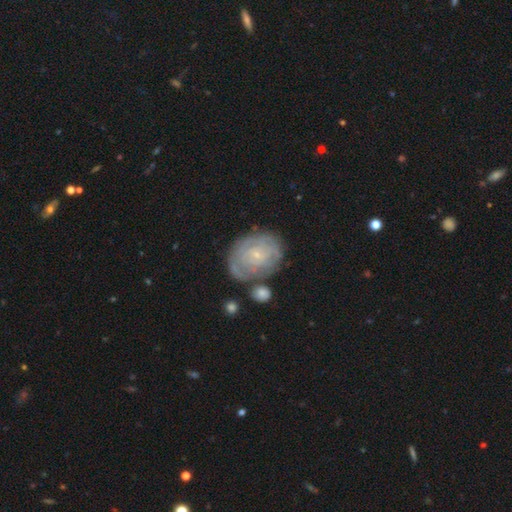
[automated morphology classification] Smooth or featured?
  - featured or disk: 67% *
  - smooth: 25%
  - star or artifact: 7%
Edge-on disk?
  - no: 97% *
  - yes: 3%
Bar?
  - no: 75% *
  - weak: 21%
  - strong: 4%
Spiral arms?
  - yes: 78% *
  - no: 22%
Spiral winding?
  - tight: 74% *
  - medium: 19%
  - loose: 7%
Spiral arm count?
  - can't tell: 61% *
  - 2: 13%
  - 3: 8%
  - 4: 8%
  - more than 4: 6%
  - 1: 5%
Bulge size?
  - small: 83% *
  - moderate: 12%
  - none: 3%
  - large: 1%
  - dominant: 1%
Merging?
  - none: 62% *
  - minor disturbance: 19%
  - merger: 10%
  - major disturbance: 8%